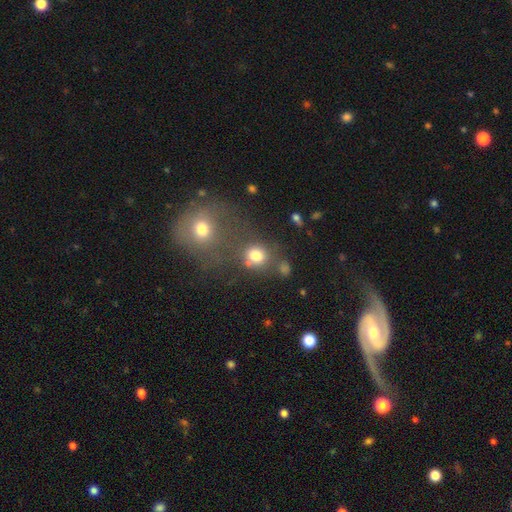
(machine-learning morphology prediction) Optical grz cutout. It shows a smooth galaxy with no disk features (77%) that is round (77%). Merging: none (53%).